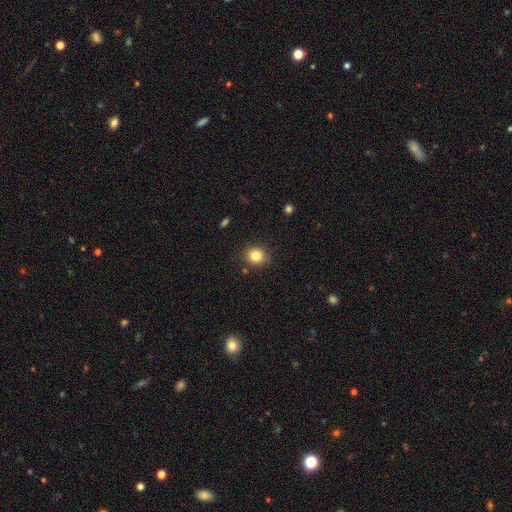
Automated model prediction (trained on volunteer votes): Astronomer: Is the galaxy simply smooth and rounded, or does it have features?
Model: smooth — 83%.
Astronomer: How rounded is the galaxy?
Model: round — 77%.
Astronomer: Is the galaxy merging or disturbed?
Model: none — 86%.